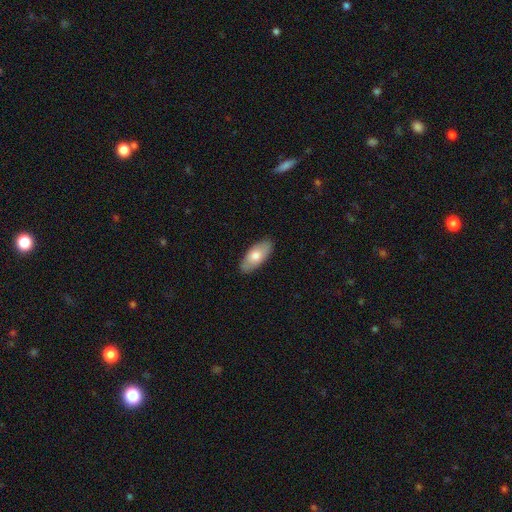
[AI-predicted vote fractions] The model was most divided on "smooth or featured": smooth: 71%, featured or disk: 24%, star or artifact: 6%. More confident: how rounded — in between (88%); merging — none (86%).